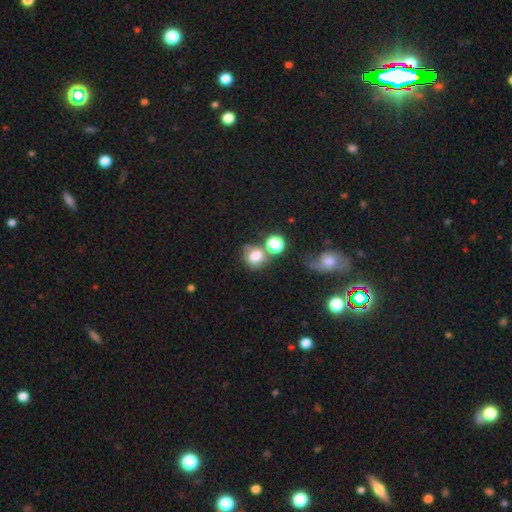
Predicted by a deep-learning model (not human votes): Q: Smooth or featured?
A: smooth (73%); runner-up: featured or disk (14%)
Q: How rounded?
A: round (72%); runner-up: in between (27%)
Q: Merging?
A: none (39%); runner-up: merger (31%)